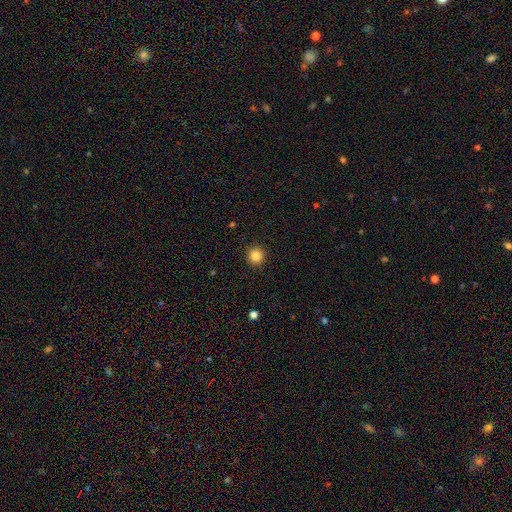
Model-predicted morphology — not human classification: smooth-or-featured: smooth: 85% | star or artifact: 11% | featured or disk: 5%
  how-rounded: round: 95% | in between: 4% | cigar-shaped: 1%
  merging: none: 92% | minor disturbance: 5% | major disturbance: 2% | merger: 1%